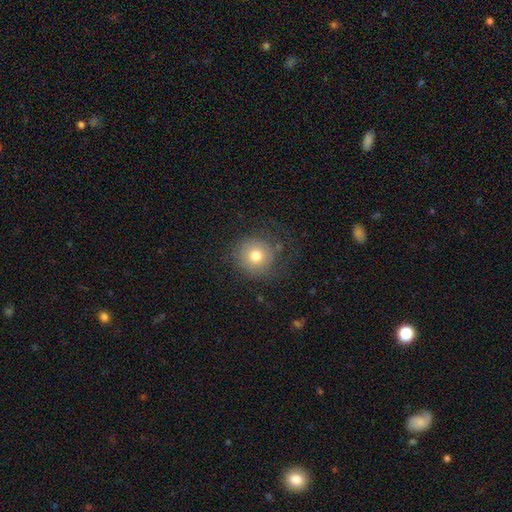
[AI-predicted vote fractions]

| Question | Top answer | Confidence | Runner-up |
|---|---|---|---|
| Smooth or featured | smooth | 69% | featured or disk (20%) |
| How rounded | round | 92% | in between (7%) |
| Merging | none | 68% | minor disturbance (16%) |